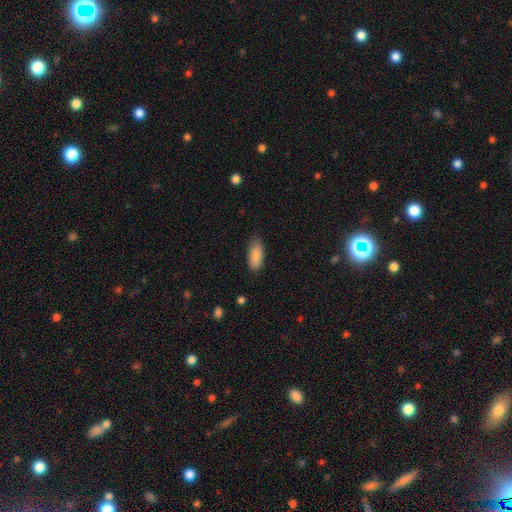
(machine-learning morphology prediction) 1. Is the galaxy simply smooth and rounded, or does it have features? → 88% smooth, 6% star or artifact, 6% featured or disk.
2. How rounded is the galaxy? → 86% in between, 12% cigar-shaped, 2% round.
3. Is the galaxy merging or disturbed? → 79% none, 17% minor disturbance, 3% major disturbance, 1% merger.